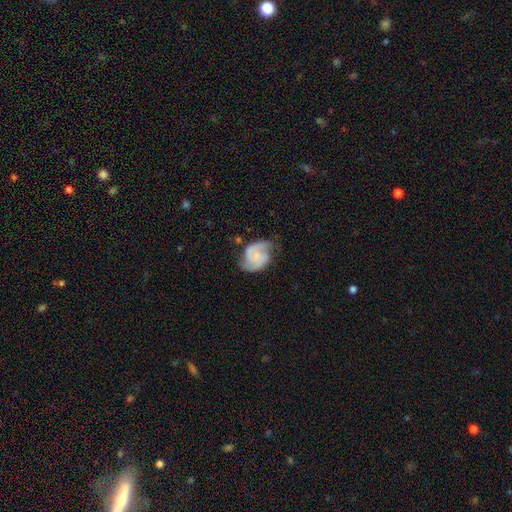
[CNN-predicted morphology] type=featured or disk (73%); edge-on=no (98%); bar=no (66%); spiral arms=yes (94%); winding=medium (47%); arm count=2 (85%); bulge=small (43%); merging=none (59%).